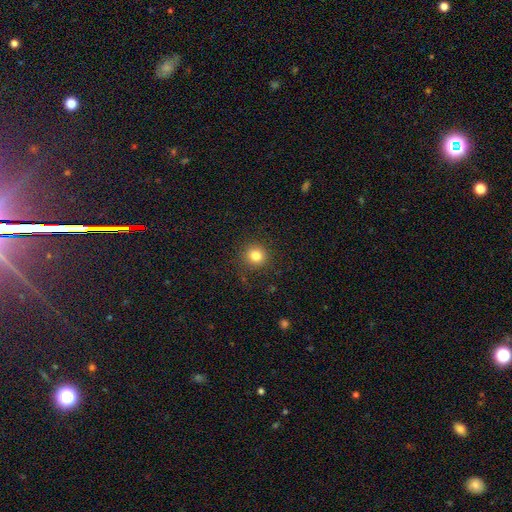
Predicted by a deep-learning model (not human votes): smooth-or-featured: smooth: 82% | star or artifact: 12% | featured or disk: 6%
  how-rounded: round: 92% | in between: 7% | cigar-shaped: 1%
  merging: none: 89% | minor disturbance: 7% | major disturbance: 3% | merger: 1%